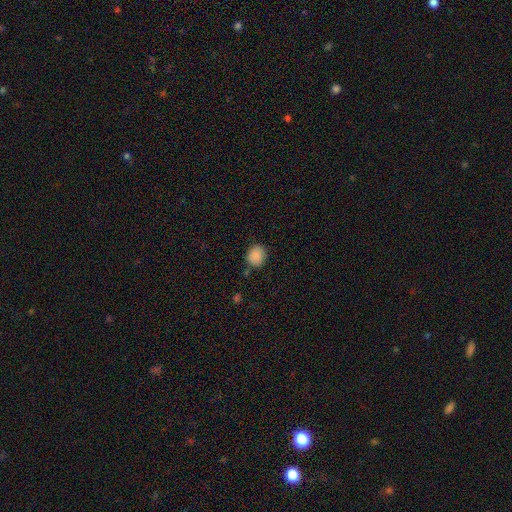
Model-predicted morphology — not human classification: Q: Smooth or featured?
A: smooth (87%); runner-up: star or artifact (9%)
Q: How rounded?
A: round (70%); runner-up: in between (29%)
Q: Merging?
A: none (79%); runner-up: minor disturbance (14%)